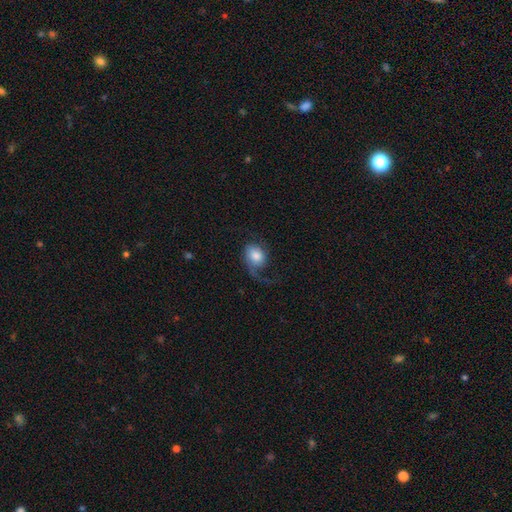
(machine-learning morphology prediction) Q: Smooth or featured?
A: smooth (50%); runner-up: featured or disk (43%)
Q: Merging?
A: none (39%); runner-up: major disturbance (37%)